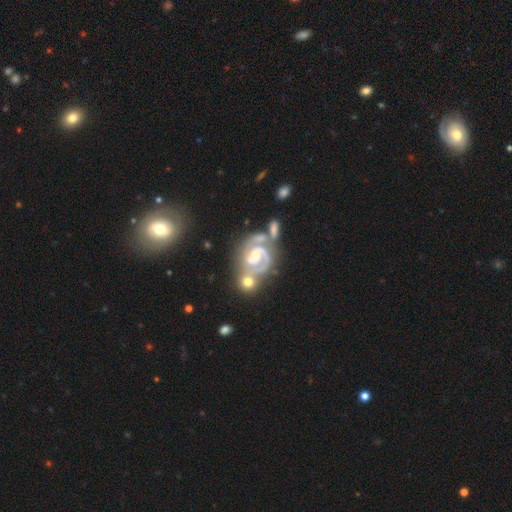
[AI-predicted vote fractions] Smooth or featured: featured or disk — 91% (star or artifact — 5%)
Edge-on disk: no — 98% (yes — 2%)
Bar: no — 50% (weak — 36%)
Spiral arms: yes — 98% (no — 2%)
Spiral winding: tight — 53% (medium — 40%)
Spiral arm count: 2 — 82% (3 — 7%)
Bulge size: small — 49% (moderate — 45%)
Merging: none — 44% (merger — 31%)